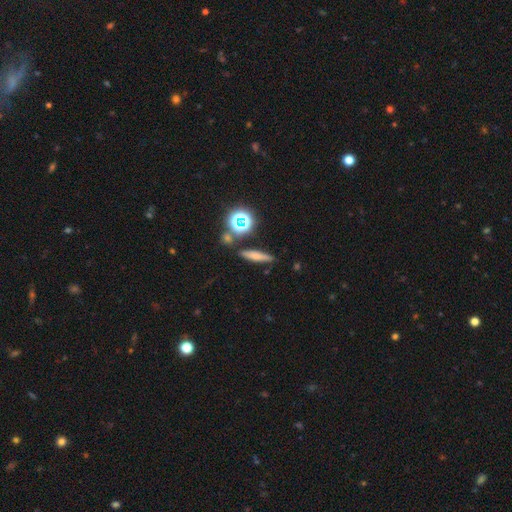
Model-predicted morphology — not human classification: Smooth or featured? Predicted: smooth (p=0.60). How rounded? Predicted: cigar-shaped (p=0.75). Merging? Predicted: none (p=0.81).